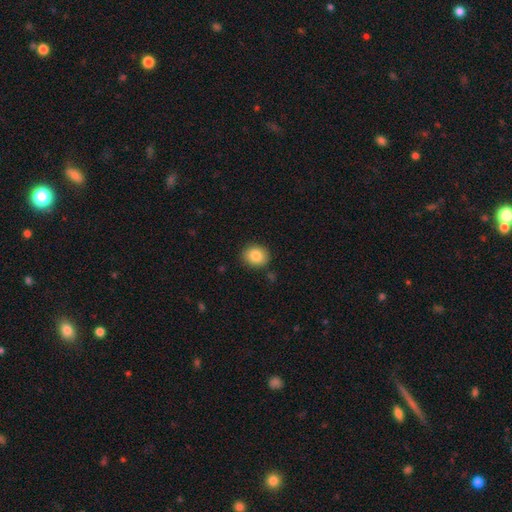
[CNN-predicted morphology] This appears to be a smooth galaxy with no disk features (84%) that is round (68%). Merging: none (87%).